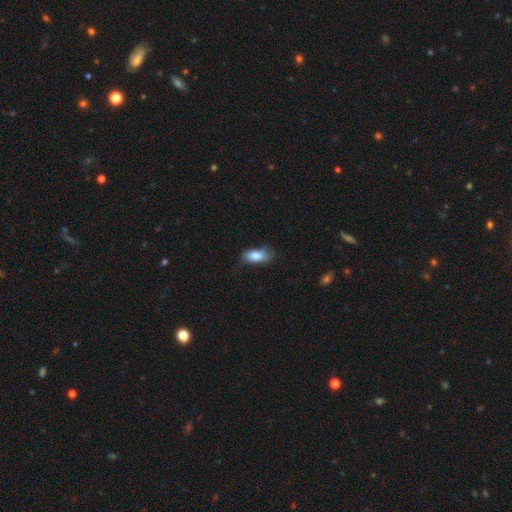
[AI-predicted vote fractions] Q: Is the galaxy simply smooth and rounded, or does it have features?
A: smooth — 83%.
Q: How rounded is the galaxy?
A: in between — 87%.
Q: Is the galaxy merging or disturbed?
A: none — 63%.